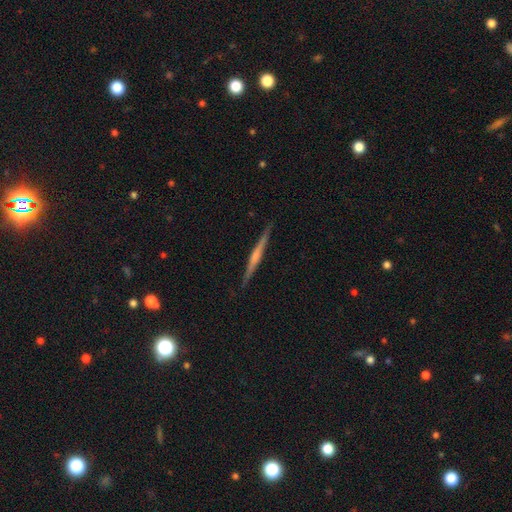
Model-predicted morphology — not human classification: type=featured or disk (67%); edge-on=yes (98%); edge-on bulge=rounded (46%); merging=none (91%).